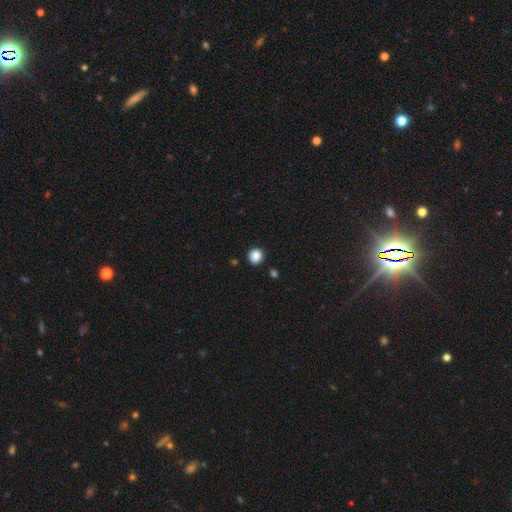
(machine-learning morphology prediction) Smooth or featured? Predicted: smooth (p=0.87). How rounded? Predicted: round (p=0.93). Merging? Predicted: none (p=0.91).